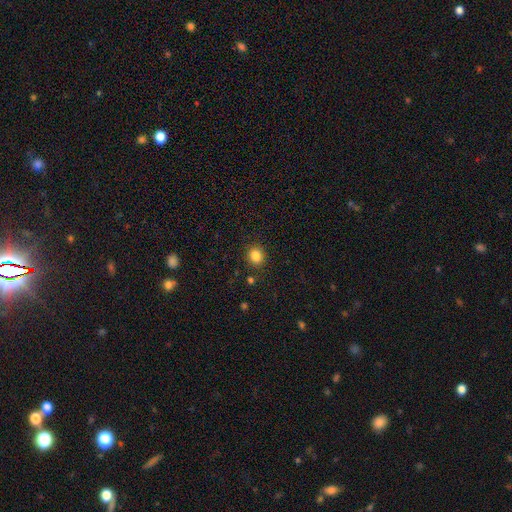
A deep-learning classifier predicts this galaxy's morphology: Smooth or featured? Predicted: smooth (p=0.84). How rounded? Predicted: round (p=0.74). Merging? Predicted: none (p=0.88).